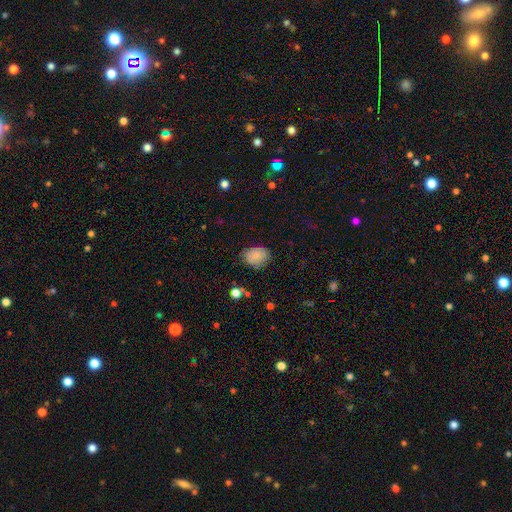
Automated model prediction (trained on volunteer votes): Smooth or featured?
  - smooth: 78% *
  - featured or disk: 14%
  - star or artifact: 8%
How rounded?
  - in between: 58% *
  - round: 41%
  - cigar-shaped: 1%
Merging?
  - none: 69% *
  - minor disturbance: 25%
  - major disturbance: 5%
  - merger: 1%